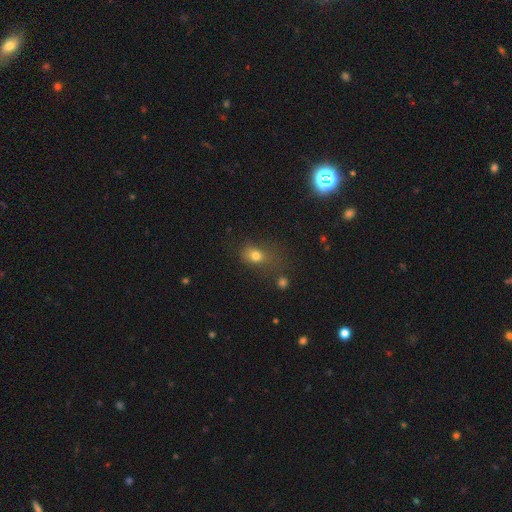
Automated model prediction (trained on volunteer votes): Q: Smooth or featured?
A: smooth (73%); runner-up: star or artifact (16%)
Q: How rounded?
A: in between (57%); runner-up: round (41%)
Q: Merging?
A: none (46%); runner-up: minor disturbance (24%)